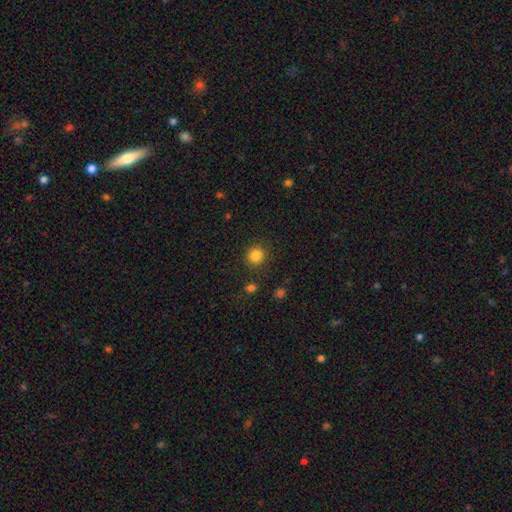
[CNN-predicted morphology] type=smooth (84%); roundness=round (90%); merging=none (88%).